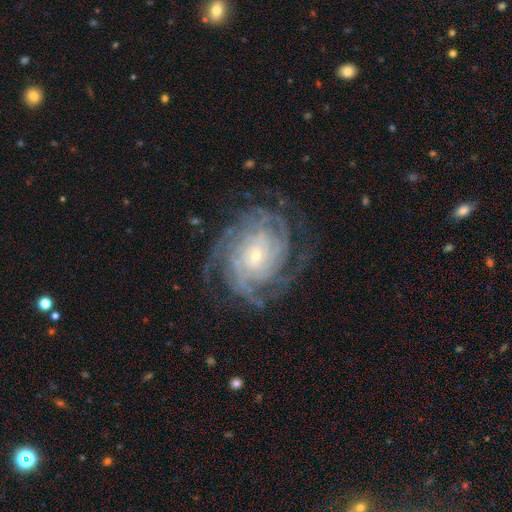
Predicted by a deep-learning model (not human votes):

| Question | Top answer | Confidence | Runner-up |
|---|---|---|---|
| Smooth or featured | featured or disk | 90% | star or artifact (5%) |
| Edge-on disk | no | 97% | yes (3%) |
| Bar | no | 66% | weak (26%) |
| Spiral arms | yes | 98% | no (2%) |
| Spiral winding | tight | 75% | medium (21%) |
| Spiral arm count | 4 | 28% | can't tell (22%) |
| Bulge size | small | 74% | moderate (21%) |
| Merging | none | 74% | minor disturbance (15%) |